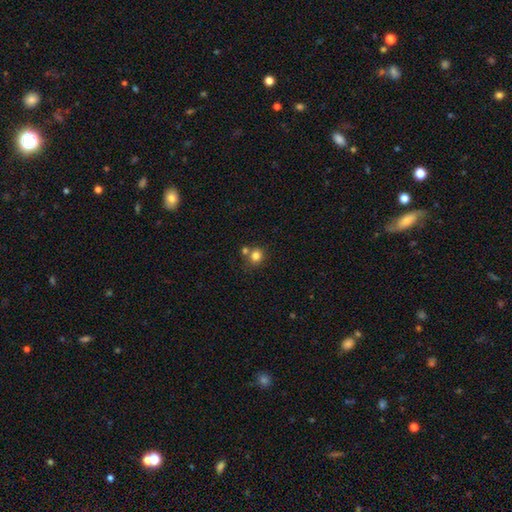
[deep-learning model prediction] A smooth galaxy with no disk features (81%) that is round (84%).

Vote fractions:
- Smooth or featured? smooth: 81% / star or artifact: 12% / featured or disk: 7%
- How rounded? round: 84% / in between: 15% / cigar-shaped: 1%
- Merging? none: 61% / merger: 26% / minor disturbance: 9% / major disturbance: 3%